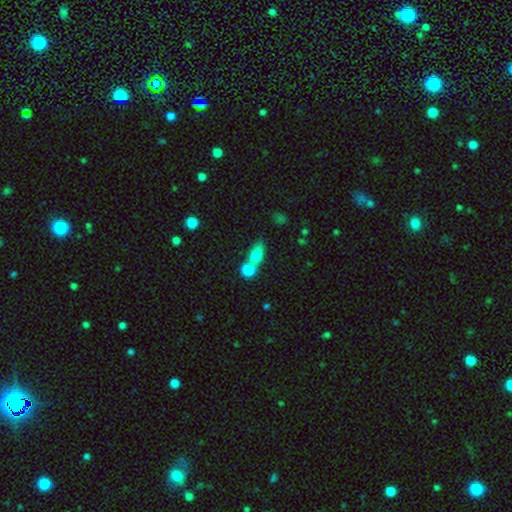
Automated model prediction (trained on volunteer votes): Smooth or featured?
  - smooth: 76% *
  - featured or disk: 14%
  - star or artifact: 10%
How rounded?
  - in between: 63% *
  - round: 27%
  - cigar-shaped: 10%
Merging?
  - merger: 47% *
  - none: 37%
  - minor disturbance: 11%
  - major disturbance: 5%